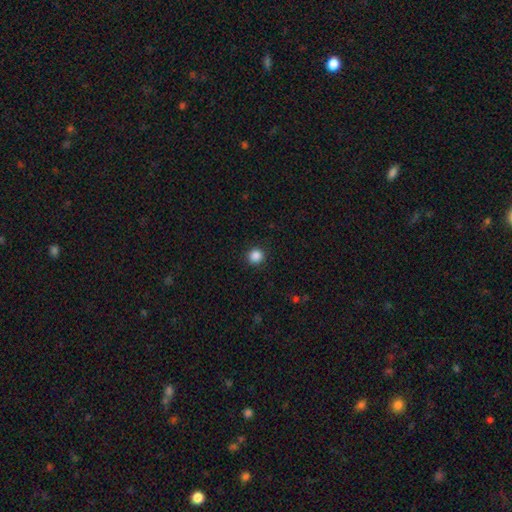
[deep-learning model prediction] The model was most divided on "smooth or featured": smooth: 87%, star or artifact: 11%, featured or disk: 3%. More confident: how rounded — round (93%); merging — none (92%).